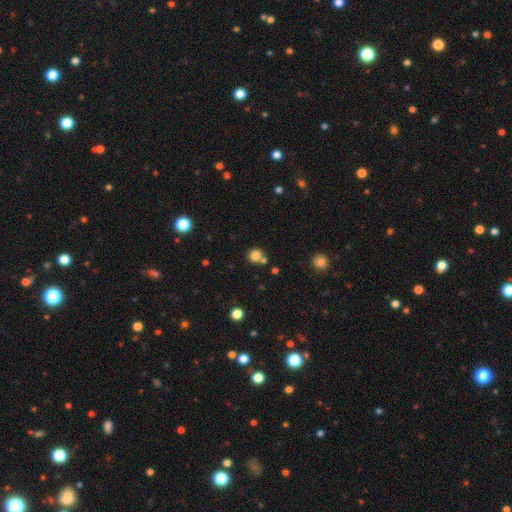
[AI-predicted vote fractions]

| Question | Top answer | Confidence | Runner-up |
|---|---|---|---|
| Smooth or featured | smooth | 81% | star or artifact (13%) |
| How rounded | round | 91% | in between (8%) |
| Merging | none | 66% | merger (23%) |